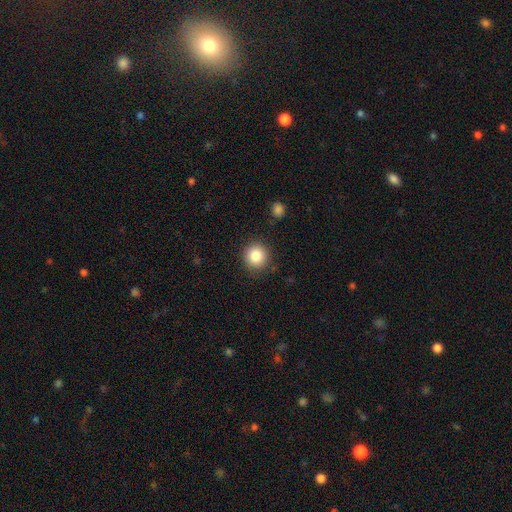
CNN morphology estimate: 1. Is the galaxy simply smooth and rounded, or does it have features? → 85% smooth, 9% star or artifact, 6% featured or disk.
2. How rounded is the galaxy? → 93% round, 6% in between, 1% cigar-shaped.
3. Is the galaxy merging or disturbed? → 88% none, 8% minor disturbance, 2% major disturbance, 2% merger.